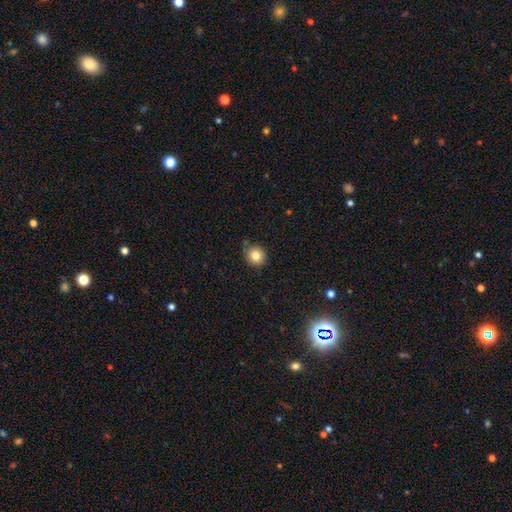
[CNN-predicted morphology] This is clearly a smooth galaxy (82%). How rounded: clearly round (89%). Merging: clearly none (83%).